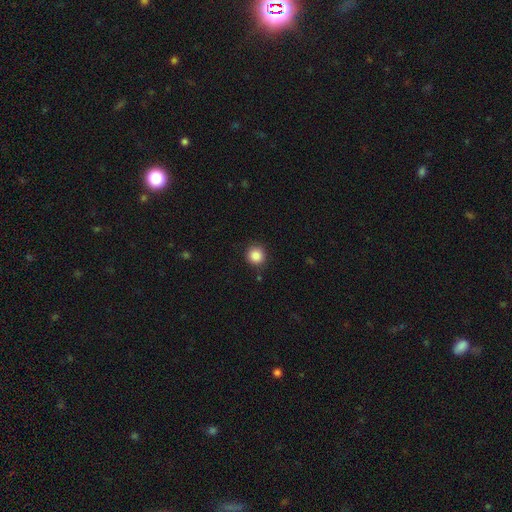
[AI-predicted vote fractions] Smooth or featured: smooth — 87% (star or artifact — 10%)
How rounded: round — 92% (in between — 7%)
Merging: none — 87% (minor disturbance — 9%)